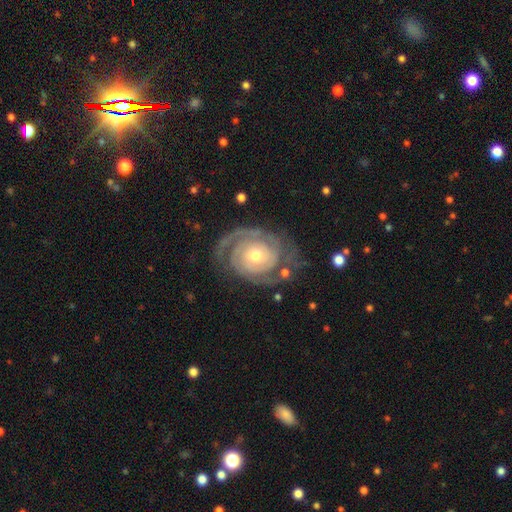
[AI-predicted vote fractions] smooth_or_featured: featured or disk (p=0.91) [alt: smooth p=0.05]
disk_edge_on: no (p=0.97) [alt: yes p=0.03]
bar: no (p=0.74) [alt: weak p=0.19]
has_spiral_arms: yes (p=0.97) [alt: no p=0.03]
spiral_winding: tight (p=0.75) [alt: medium p=0.21]
spiral_arm_count: 2 (p=0.70) [alt: 3 p=0.11]
bulge_size: moderate (p=0.58) [alt: small p=0.37]
merging: none (p=0.76) [alt: minor disturbance p=0.15]